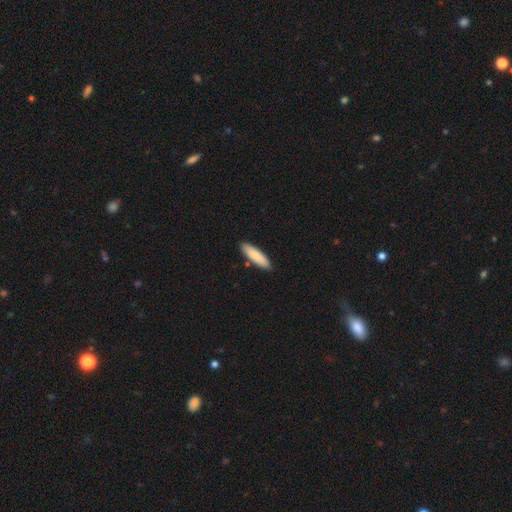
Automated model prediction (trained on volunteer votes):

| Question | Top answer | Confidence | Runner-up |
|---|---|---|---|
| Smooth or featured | smooth | 86% | featured or disk (9%) |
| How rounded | cigar-shaped | 66% | in between (33%) |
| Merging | none | 86% | minor disturbance (10%) |